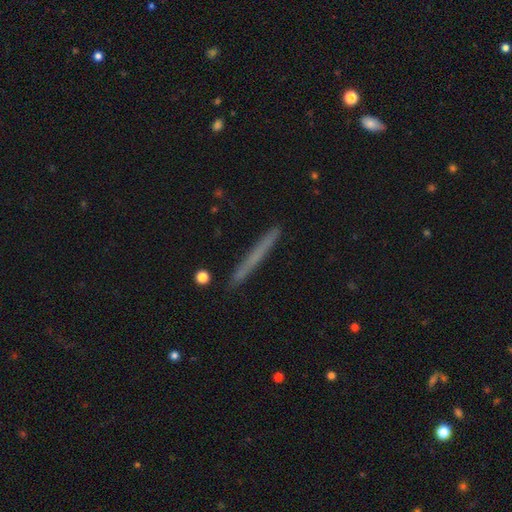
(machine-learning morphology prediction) Smooth or featured: smooth — 52% (featured or disk — 39%)
How rounded: cigar-shaped — 96% (in between — 2%)
Merging: none — 89% (minor disturbance — 8%)